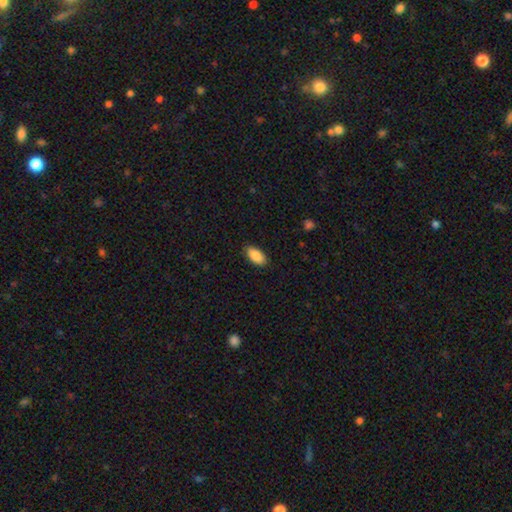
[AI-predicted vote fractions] smooth_or_featured: smooth (p=0.89) [alt: star or artifact p=0.07]
how_rounded: in between (p=0.94) [alt: cigar-shaped p=0.04]
merging: none (p=0.87) [alt: minor disturbance p=0.10]